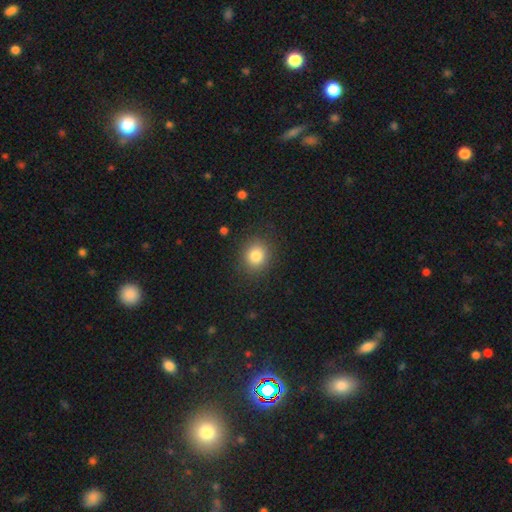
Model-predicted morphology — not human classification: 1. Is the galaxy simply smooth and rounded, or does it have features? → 82% smooth, 11% star or artifact, 6% featured or disk.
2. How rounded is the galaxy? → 78% round, 21% in between, 1% cigar-shaped.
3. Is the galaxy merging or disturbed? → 88% none, 8% minor disturbance, 3% major disturbance, 1% merger.